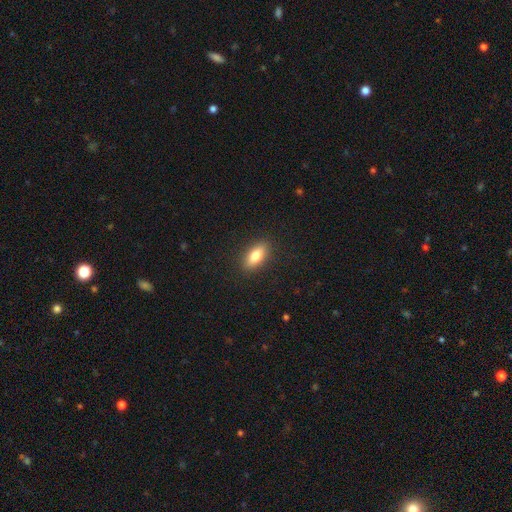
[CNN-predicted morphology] The model was most divided on "smooth or featured": smooth: 80%, featured or disk: 12%, star or artifact: 8%. More confident: merging — none (89%); how rounded — in between (84%).